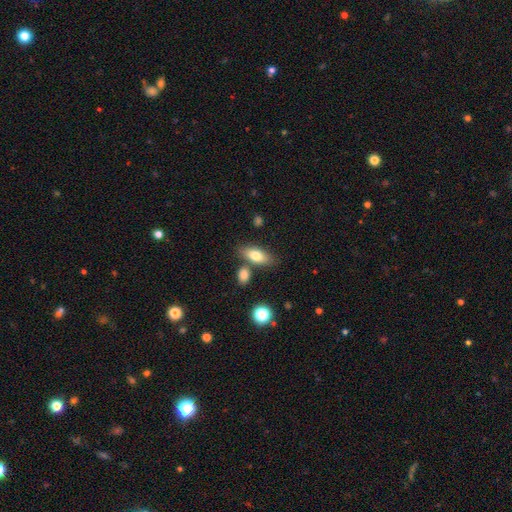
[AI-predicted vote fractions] The model was most divided on "merging": none: 71%, merger: 14%, minor disturbance: 12%, major disturbance: 3%. More confident: how rounded — in between (81%); smooth or featured — smooth (76%).